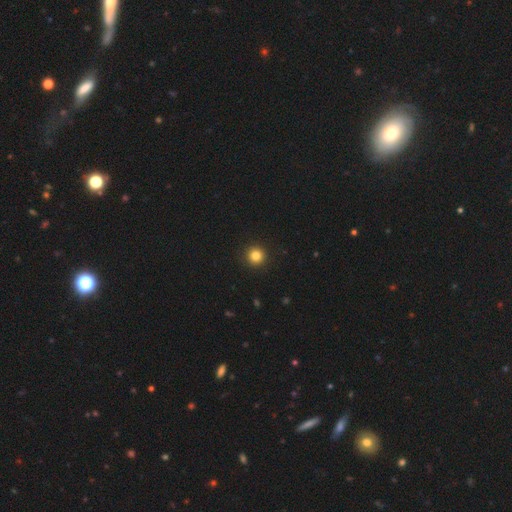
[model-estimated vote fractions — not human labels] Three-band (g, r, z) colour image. It shows a smooth galaxy with no disk features (83%) that is round (96%). Merging: none (93%).